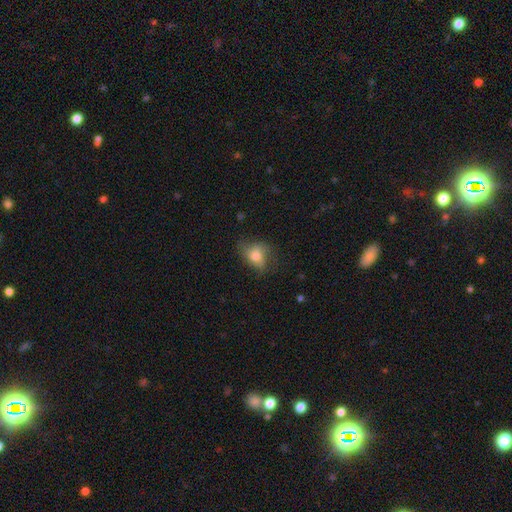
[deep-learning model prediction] Q: Smooth or featured?
A: smooth (64%); runner-up: featured or disk (26%)
Q: How rounded?
A: in between (63%); runner-up: round (36%)
Q: Merging?
A: none (49%); runner-up: minor disturbance (29%)